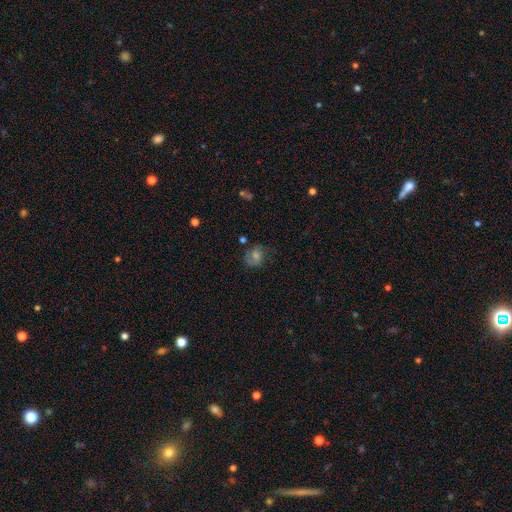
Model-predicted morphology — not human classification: Overall: smooth (47%; featured or disk 35%). Merging: none (68%).